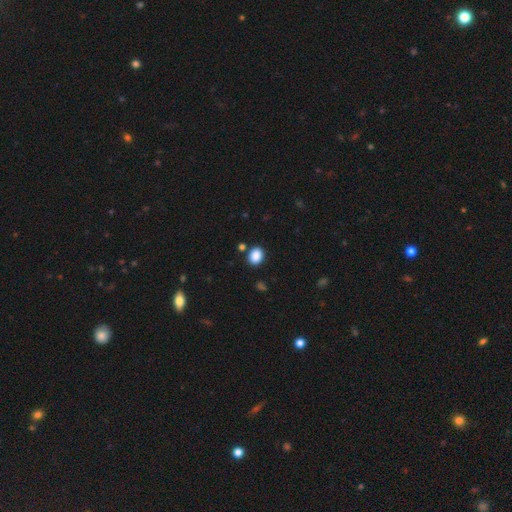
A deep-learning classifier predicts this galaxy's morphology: smooth 88%, star or artifact 9%, featured or disk 3%. Down the decision tree: how rounded — in between (58%); merging — none (85%).